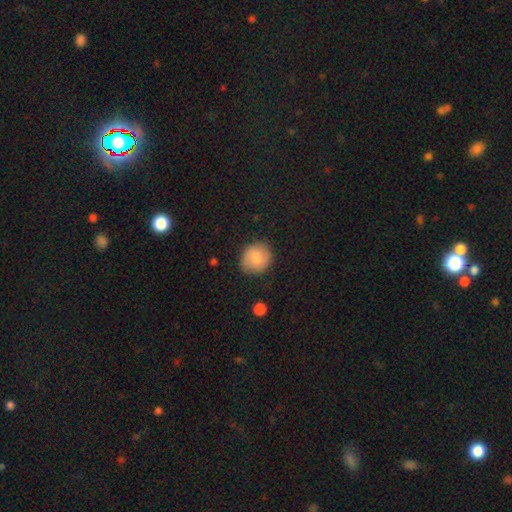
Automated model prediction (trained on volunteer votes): This appears to be a smooth galaxy with no disk features (74%) that is round (84%). Merging: none (84%).